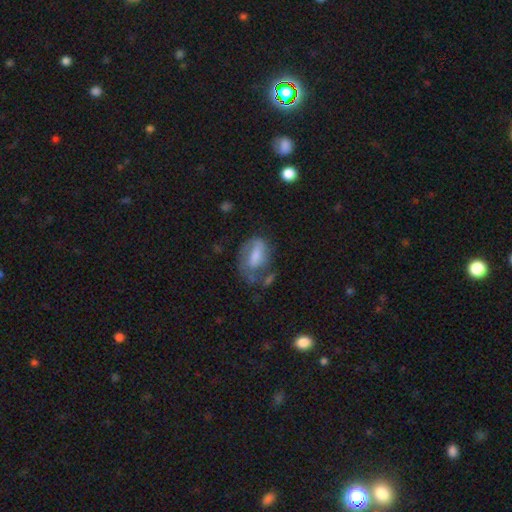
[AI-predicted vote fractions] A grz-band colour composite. It shows a smooth galaxy with no disk features (52%) that is in between round and cigar-shaped (82%). Merging: none (39%).